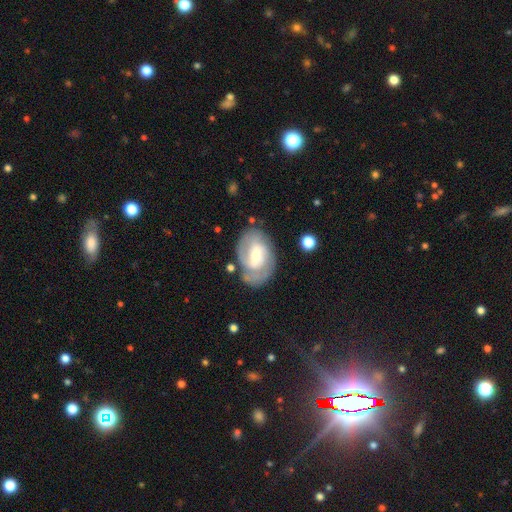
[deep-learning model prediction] Smooth or featured?
  - featured or disk: 71% *
  - smooth: 23%
  - star or artifact: 6%
Edge-on disk?
  - no: 96% *
  - yes: 4%
Bar?
  - weak: 50% *
  - strong: 26%
  - no: 24%
Spiral arms?
  - yes: 83% *
  - no: 17%
Spiral winding?
  - tight: 48% *
  - medium: 38%
  - loose: 14%
Spiral arm count?
  - 2: 55% *
  - can't tell: 26%
  - 1: 7%
  - 3: 7%
  - 4: 2%
  - more than 4: 2%
Bulge size?
  - small: 50% *
  - moderate: 39%
  - large: 7%
  - none: 3%
  - dominant: 1%
Merging?
  - none: 65% *
  - minor disturbance: 20%
  - major disturbance: 11%
  - merger: 4%